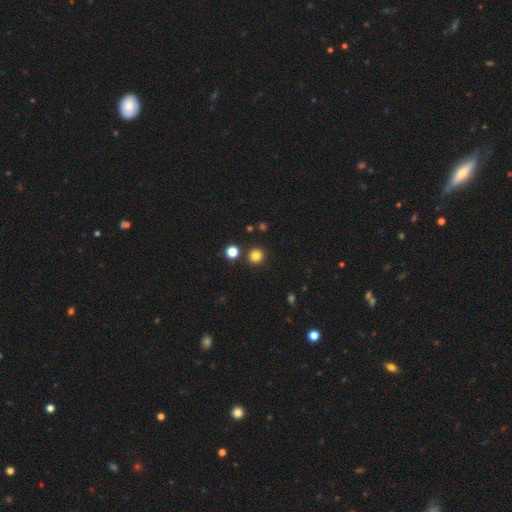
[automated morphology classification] smooth-or-featured: smooth: 82% | star or artifact: 14% | featured or disk: 4%
  how-rounded: round: 94% | in between: 5% | cigar-shaped: 1%
  merging: none: 89% | minor disturbance: 5% | merger: 4% | major disturbance: 2%